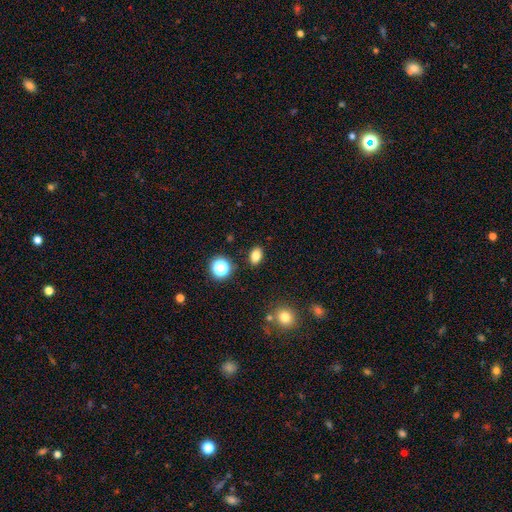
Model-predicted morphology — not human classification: smooth 81%, star or artifact 13%, featured or disk 6%. Down the decision tree: how rounded — in between (80%); merging — none (87%).